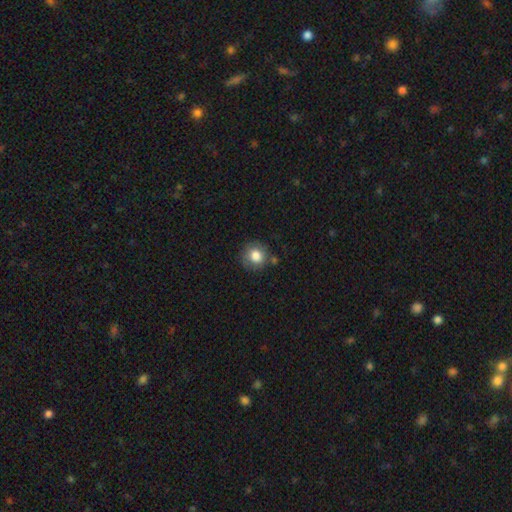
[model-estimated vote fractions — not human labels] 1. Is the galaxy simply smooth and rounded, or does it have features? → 82% smooth, 10% star or artifact, 9% featured or disk.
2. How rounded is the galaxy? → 88% round, 11% in between, 1% cigar-shaped.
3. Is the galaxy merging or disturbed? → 77% none, 14% minor disturbance, 5% merger, 4% major disturbance.